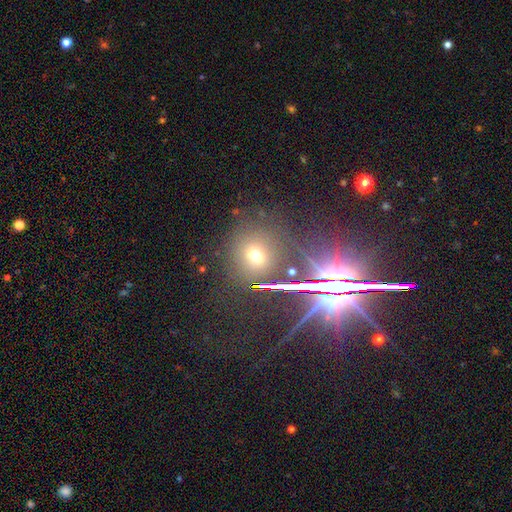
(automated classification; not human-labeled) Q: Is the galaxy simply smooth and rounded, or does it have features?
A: smooth — 58%.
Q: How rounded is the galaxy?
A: round — 81%.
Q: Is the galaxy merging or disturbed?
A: none — 79%.